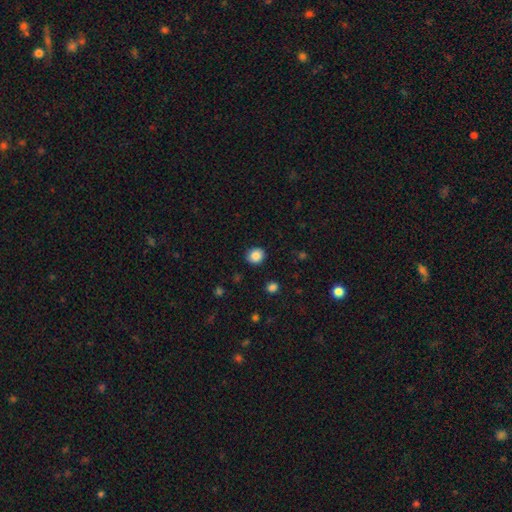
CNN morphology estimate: Overall: smooth (87%). How rounded: round (79%). Merging: none (89%).